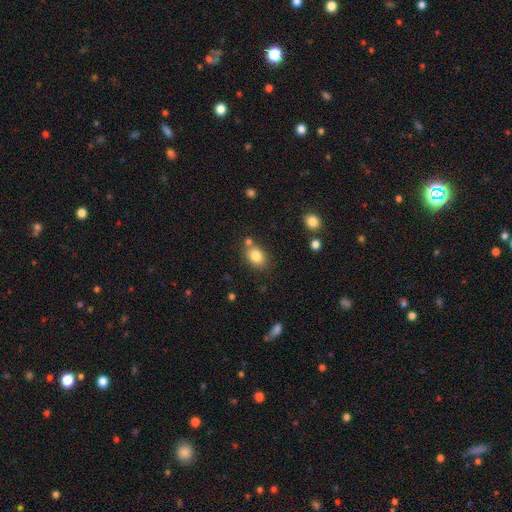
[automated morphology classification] type=smooth (83%); roundness=in between (74%); merging=none (69%).